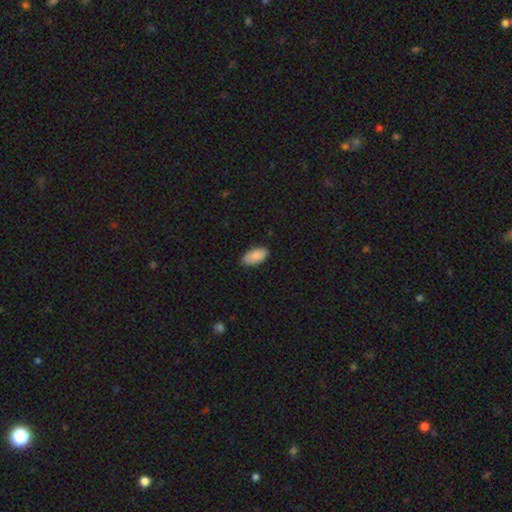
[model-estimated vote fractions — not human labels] smooth_or_featured: smooth (p=0.87) [alt: featured or disk p=0.07]
how_rounded: in between (p=0.95) [alt: cigar-shaped p=0.03]
merging: none (p=0.82) [alt: minor disturbance p=0.15]